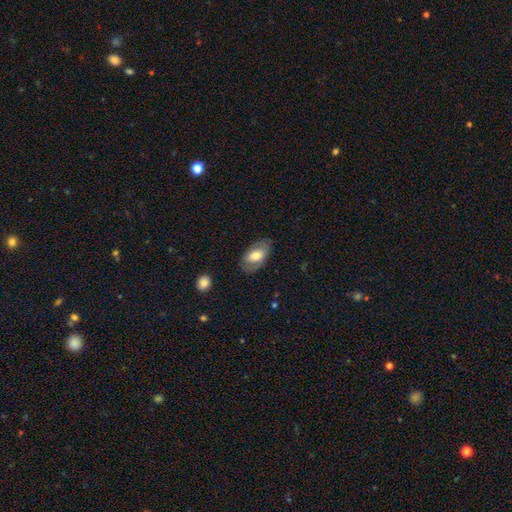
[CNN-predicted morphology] Overall: smooth (58%; featured or disk 36%). How rounded: in between (92%). Merging: none (78%).